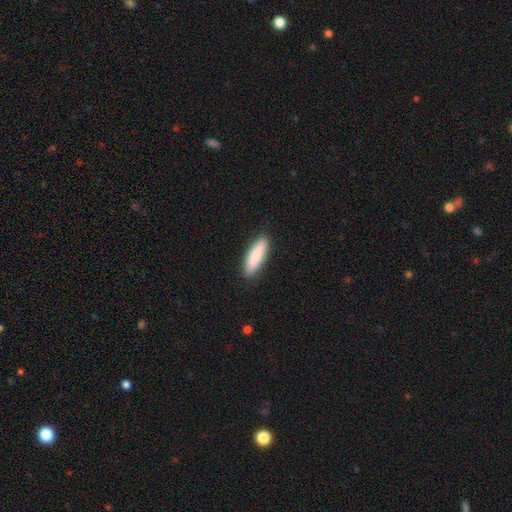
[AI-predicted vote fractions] Smooth or featured: smooth — 87% (featured or disk — 8%)
How rounded: cigar-shaped — 60% (in between — 39%)
Merging: none — 89% (minor disturbance — 9%)